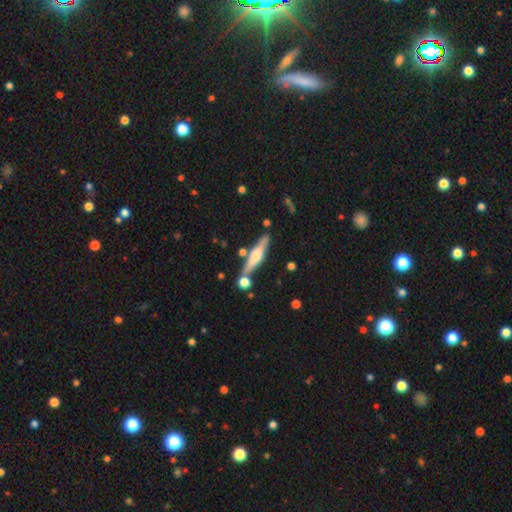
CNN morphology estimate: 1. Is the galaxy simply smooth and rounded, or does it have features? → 54% featured or disk, 39% smooth, 7% star or artifact.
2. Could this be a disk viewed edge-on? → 94% yes, 6% no.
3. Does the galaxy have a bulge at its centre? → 74% rounded, 17% boxy, 9% none.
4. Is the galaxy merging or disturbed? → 75% none, 12% minor disturbance, 10% merger, 3% major disturbance.